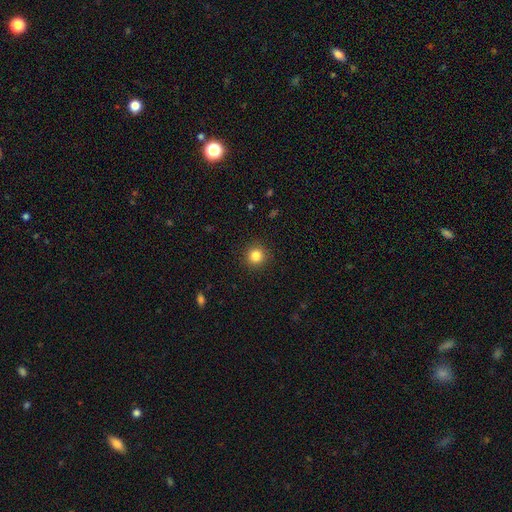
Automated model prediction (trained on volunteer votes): Smooth or featured?
  - smooth: 84% *
  - star or artifact: 11%
  - featured or disk: 5%
How rounded?
  - round: 94% *
  - in between: 5%
  - cigar-shaped: 1%
Merging?
  - none: 92% *
  - minor disturbance: 5%
  - major disturbance: 2%
  - merger: 1%